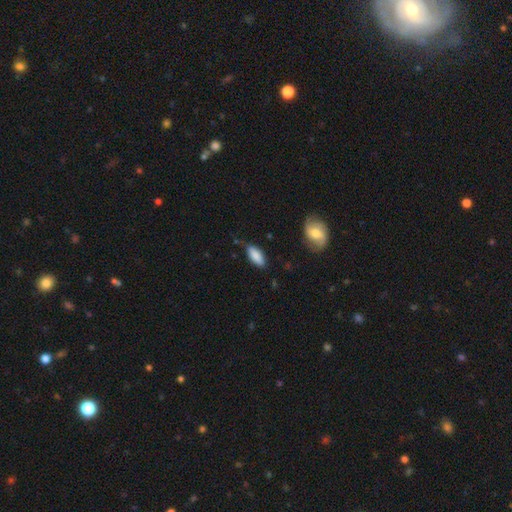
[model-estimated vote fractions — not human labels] The model was most divided on "merging": none: 72%, minor disturbance: 22%, major disturbance: 4%, merger: 2%. More confident: smooth or featured — smooth (86%); how rounded — in between (84%).